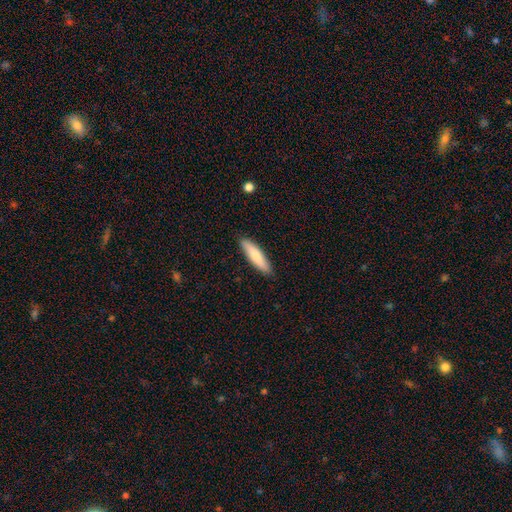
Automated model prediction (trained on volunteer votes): Smooth or featured? Predicted: smooth (p=0.77). How rounded? Predicted: cigar-shaped (p=0.76). Merging? Predicted: none (p=0.88).